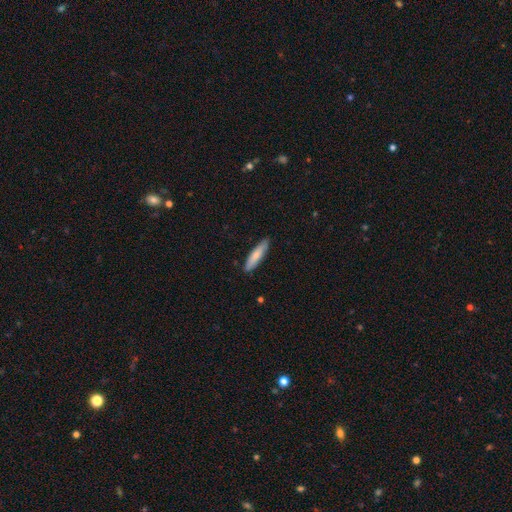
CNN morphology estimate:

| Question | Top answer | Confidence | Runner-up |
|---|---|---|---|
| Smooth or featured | smooth | 76% | featured or disk (18%) |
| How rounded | cigar-shaped | 81% | in between (18%) |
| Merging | none | 88% | minor disturbance (9%) |